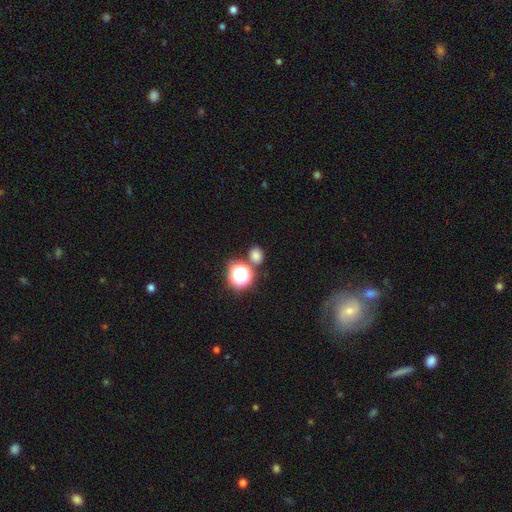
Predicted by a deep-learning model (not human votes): Smooth or featured?
  - smooth: 72% *
  - star or artifact: 22%
  - featured or disk: 6%
How rounded?
  - round: 68% *
  - in between: 31%
  - cigar-shaped: 1%
Merging?
  - none: 74% *
  - merger: 13%
  - minor disturbance: 9%
  - major disturbance: 3%